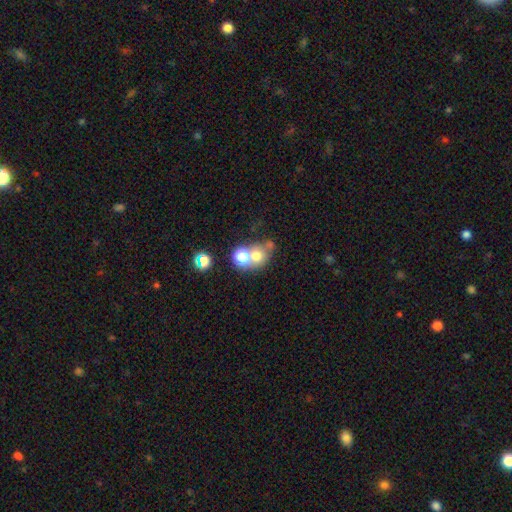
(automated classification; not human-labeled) Smooth or featured? smooth (67%)
How rounded? round (71%)
Merging? merger (51%)